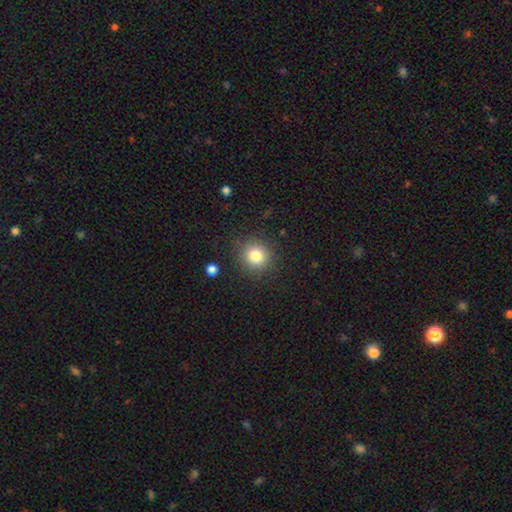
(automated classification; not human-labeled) The model was most divided on "smooth or featured": smooth: 82%, star or artifact: 12%, featured or disk: 7%. More confident: how rounded — round (91%); merging — none (87%).